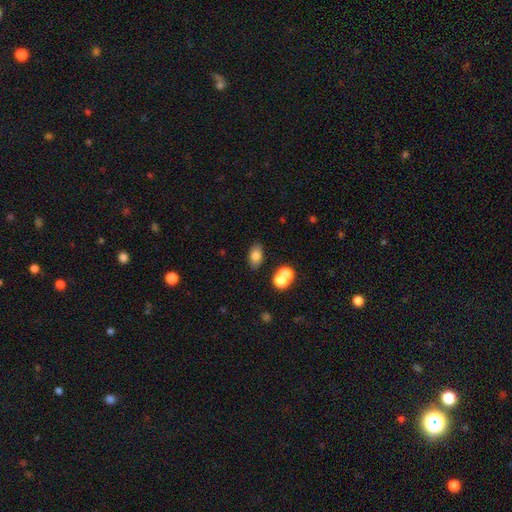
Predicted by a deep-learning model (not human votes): Smooth or featured?
  - smooth: 78% *
  - featured or disk: 11%
  - star or artifact: 11%
How rounded?
  - in between: 87% *
  - round: 11%
  - cigar-shaped: 2%
Merging?
  - none: 78% *
  - minor disturbance: 10%
  - merger: 10%
  - major disturbance: 3%